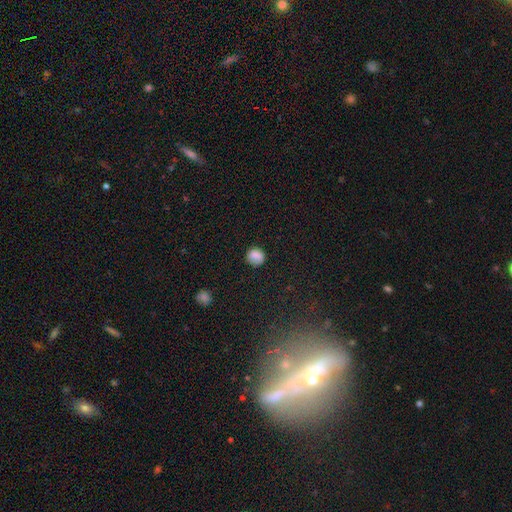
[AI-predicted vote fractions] A smooth galaxy with no disk features (83%) that is round (82%). Merging: none (76%).